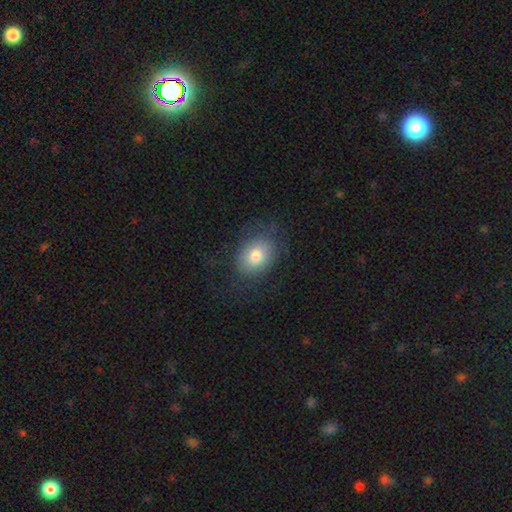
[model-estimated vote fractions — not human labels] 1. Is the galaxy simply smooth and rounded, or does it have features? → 70% smooth, 21% featured or disk, 9% star or artifact.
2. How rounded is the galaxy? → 70% in between, 29% round, 1% cigar-shaped.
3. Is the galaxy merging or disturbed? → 69% none, 18% minor disturbance, 13% major disturbance, 1% merger.